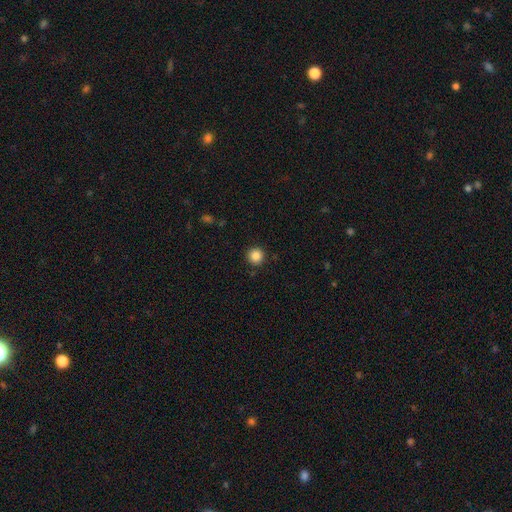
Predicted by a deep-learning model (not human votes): Morphology: type=smooth (87%); roundness=round (96%); merging=none (91%).